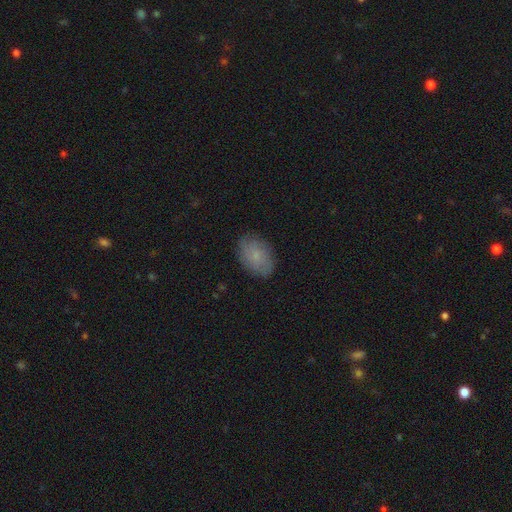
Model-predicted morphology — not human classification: Smooth or featured? Predicted: smooth (p=0.66). How rounded? Predicted: in between (p=0.84). Merging? Predicted: none (p=0.81).